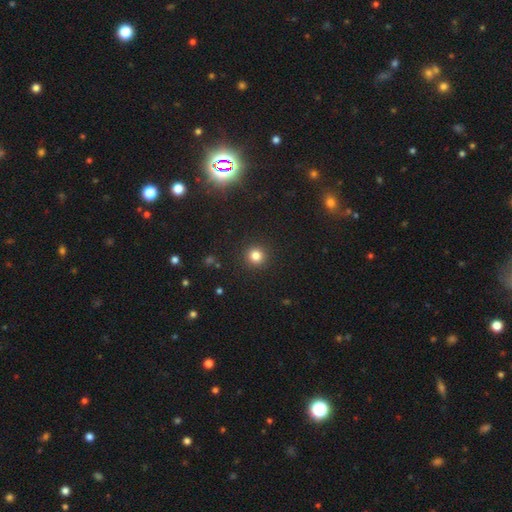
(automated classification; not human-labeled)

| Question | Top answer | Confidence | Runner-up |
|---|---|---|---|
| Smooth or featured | smooth | 81% | star or artifact (14%) |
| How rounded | round | 94% | in between (5%) |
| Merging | none | 92% | minor disturbance (5%) |